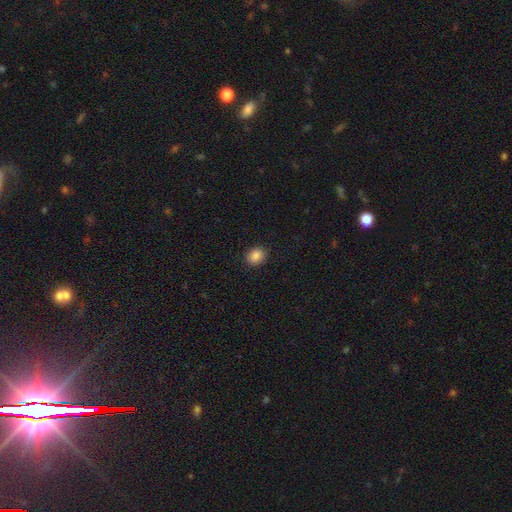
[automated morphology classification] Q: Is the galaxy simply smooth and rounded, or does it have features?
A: smooth — 86%.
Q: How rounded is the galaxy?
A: round — 55%.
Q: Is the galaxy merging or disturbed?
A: none — 90%.